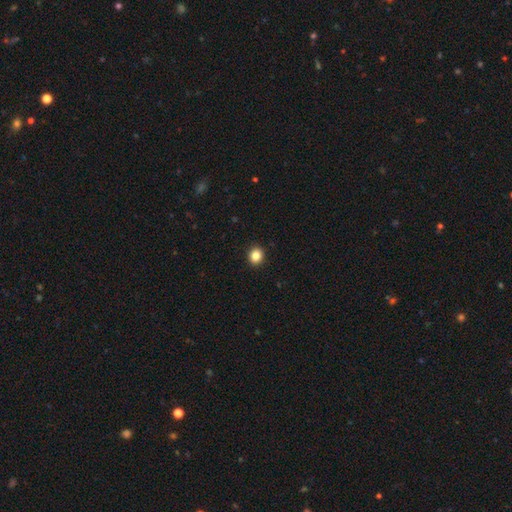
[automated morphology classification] smooth 85%, star or artifact 10%, featured or disk 5%. Down the decision tree: how rounded — round (76%); merging — none (93%).